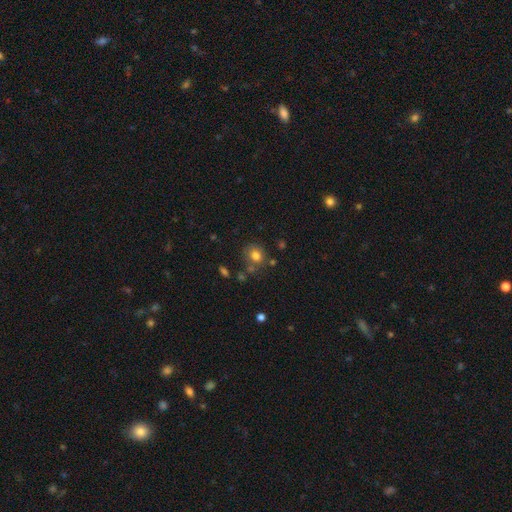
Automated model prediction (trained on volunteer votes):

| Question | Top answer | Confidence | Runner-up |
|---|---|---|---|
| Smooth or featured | smooth | 78% | star or artifact (12%) |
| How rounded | round | 80% | in between (19%) |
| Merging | none | 69% | minor disturbance (16%) |